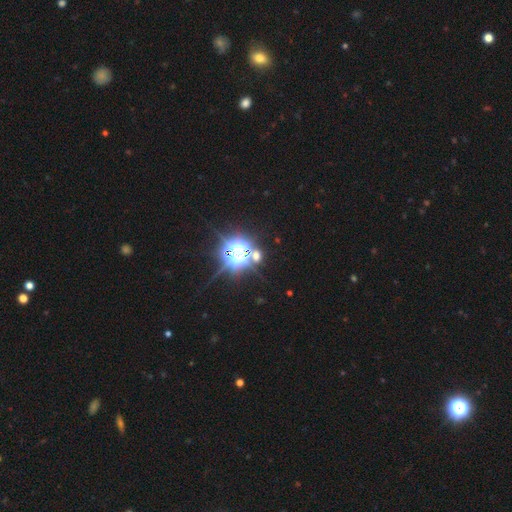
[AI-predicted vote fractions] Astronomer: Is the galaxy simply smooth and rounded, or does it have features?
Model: star or artifact — 71%.